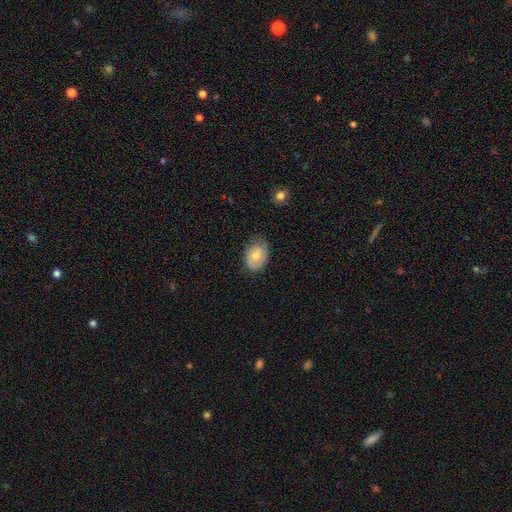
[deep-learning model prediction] Smooth or featured? Predicted: smooth (p=0.61). How rounded? Predicted: in between (p=0.65). Merging? Predicted: none (p=0.72).